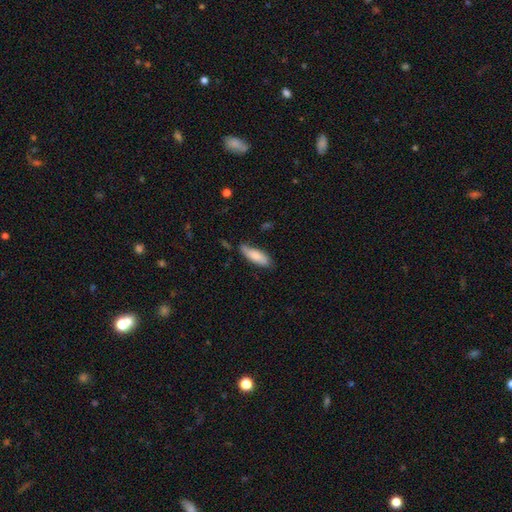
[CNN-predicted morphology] Smooth or featured? Predicted: smooth (p=0.80). How rounded? Predicted: in between (p=0.59). Merging? Predicted: none (p=0.65).